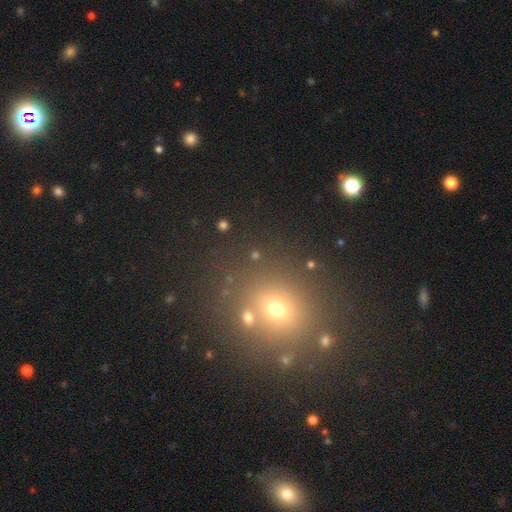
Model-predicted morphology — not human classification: Smooth or featured? smooth (55%)
How rounded? round (76%)
Merging? none (79%)